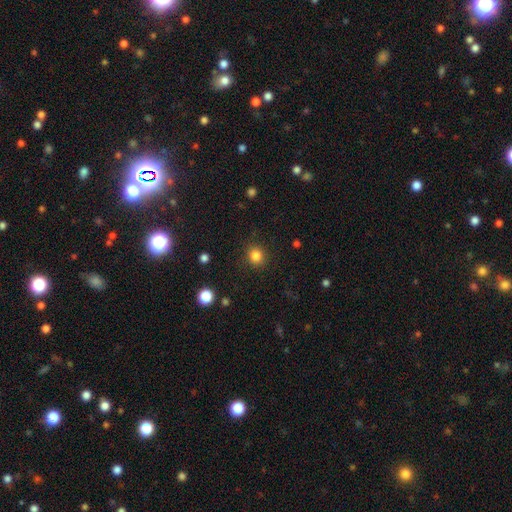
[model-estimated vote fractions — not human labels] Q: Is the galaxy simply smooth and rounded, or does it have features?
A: smooth — 84%.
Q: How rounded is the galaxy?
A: round — 87%.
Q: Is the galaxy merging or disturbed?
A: none — 89%.